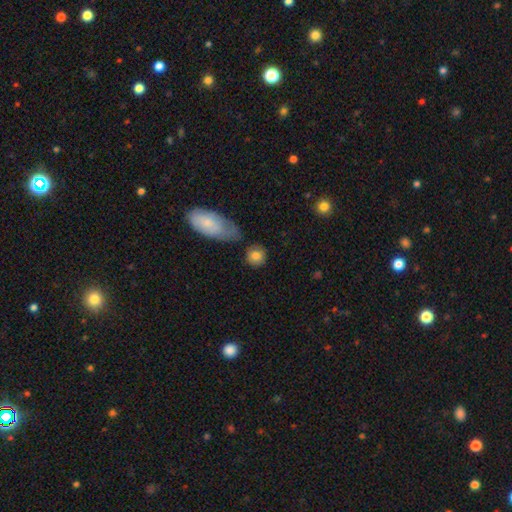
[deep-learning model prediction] Q: Smooth or featured?
A: smooth (82%); runner-up: featured or disk (10%)
Q: How rounded?
A: round (87%); runner-up: in between (11%)
Q: Merging?
A: none (74%); runner-up: minor disturbance (13%)